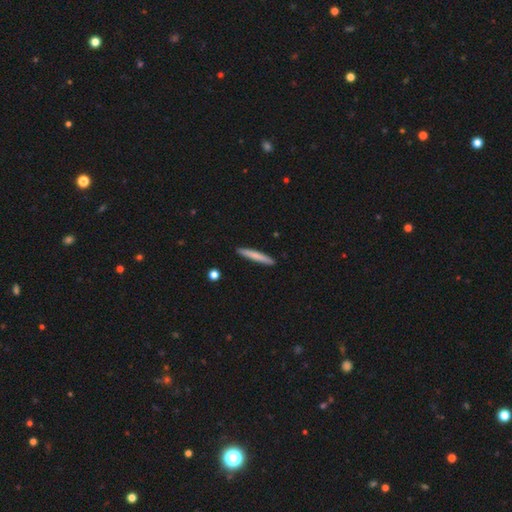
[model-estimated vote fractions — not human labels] The model was most divided on "smooth or featured": smooth: 74%, featured or disk: 21%, star or artifact: 5%. More confident: how rounded — cigar-shaped (96%); merging — none (91%).